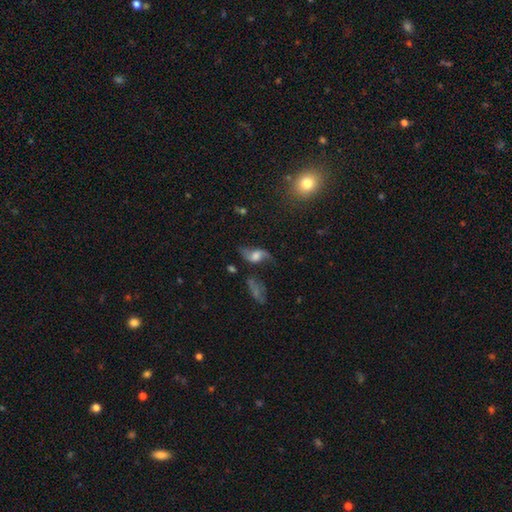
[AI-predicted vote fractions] Smooth or featured? featured or disk (74%)
Edge-on disk? no (94%)
Bar? no (54%)
Spiral arms? yes (92%)
Spiral winding? loose (83%)
Spiral arm count? 2 (91%)
Bulge size? moderate (39%)
Merging? none (64%)